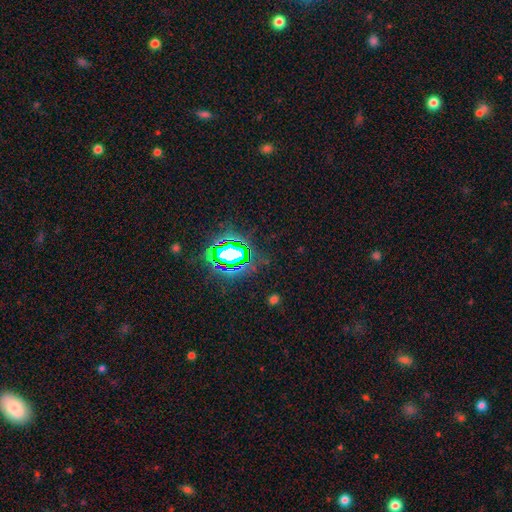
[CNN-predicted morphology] star or artifact 77%, smooth 15%, featured or disk 8%.